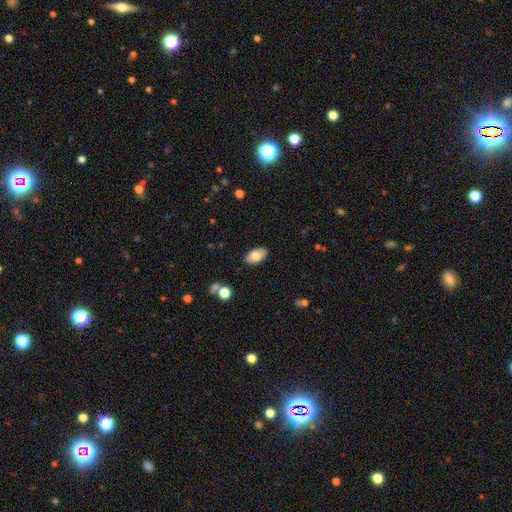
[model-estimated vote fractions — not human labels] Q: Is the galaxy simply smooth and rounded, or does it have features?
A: smooth — 78%.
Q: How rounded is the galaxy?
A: in between — 94%.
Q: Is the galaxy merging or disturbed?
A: none — 87%.